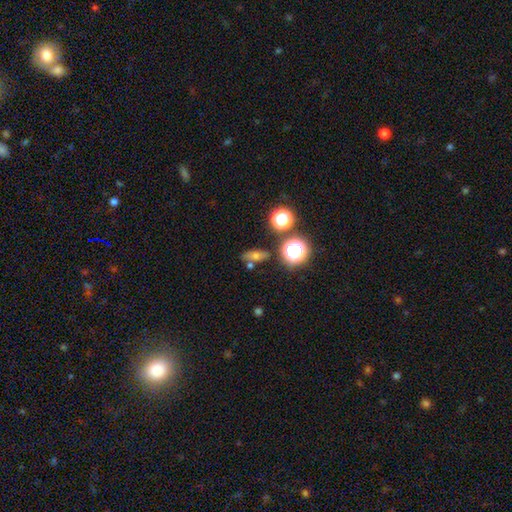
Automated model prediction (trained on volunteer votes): A smooth galaxy with no disk features (57%) that is in between round and cigar-shaped (51%). Merging: none (75%).